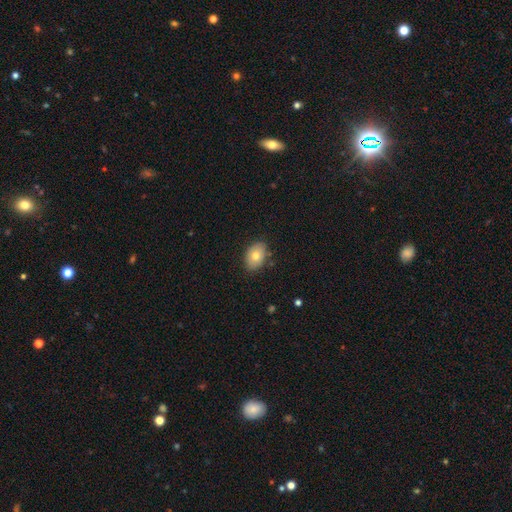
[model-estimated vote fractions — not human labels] A smooth galaxy with no disk features (77%) that is in between round and cigar-shaped (82%). Merging: none (84%).